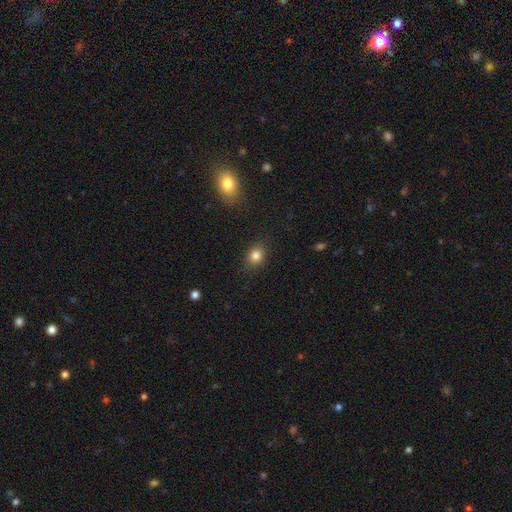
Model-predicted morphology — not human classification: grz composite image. It shows a smooth galaxy with no disk features (83%) that is round (52%). Merging: none (86%).